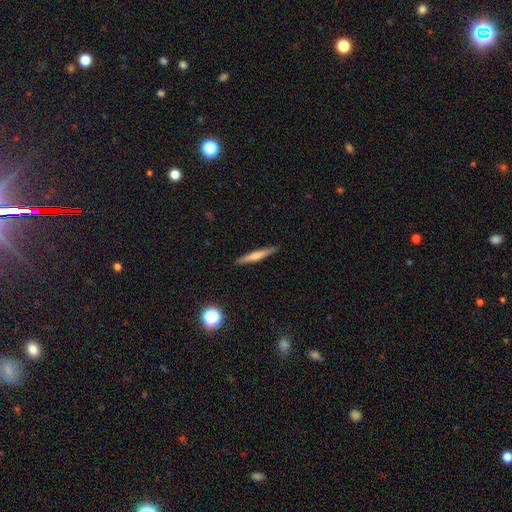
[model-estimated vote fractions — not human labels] Overall: smooth (54%; featured or disk 40%). How rounded: cigar-shaped (94%). Merging: none (90%).